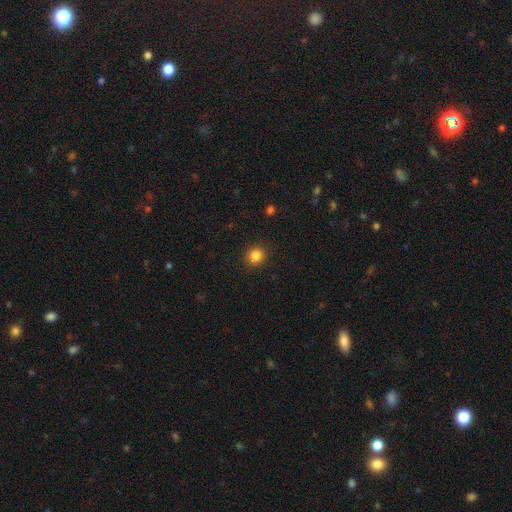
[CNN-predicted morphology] smooth 85%, star or artifact 11%, featured or disk 4%. Down the decision tree: how rounded — round (88%); merging — none (91%).